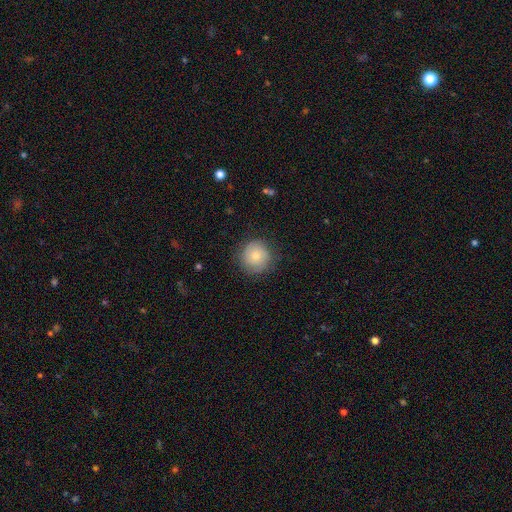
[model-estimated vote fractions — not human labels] Q: Smooth or featured?
A: smooth (67%); runner-up: featured or disk (25%)
Q: How rounded?
A: round (93%); runner-up: in between (6%)
Q: Merging?
A: none (82%); runner-up: minor disturbance (13%)